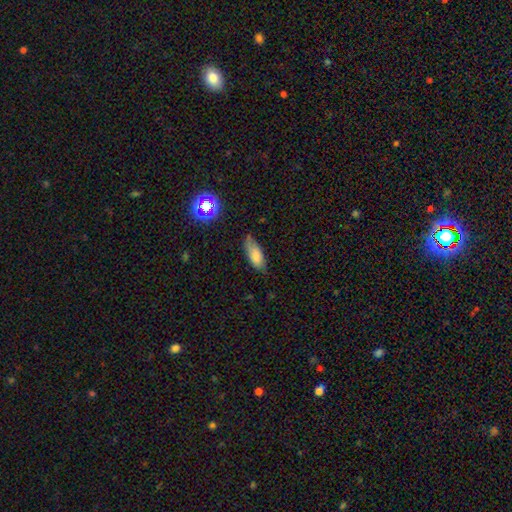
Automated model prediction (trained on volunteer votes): Smooth or featured: smooth — 78% (featured or disk — 12%)
How rounded: in between — 78% (cigar-shaped — 20%)
Merging: none — 62% (minor disturbance — 30%)